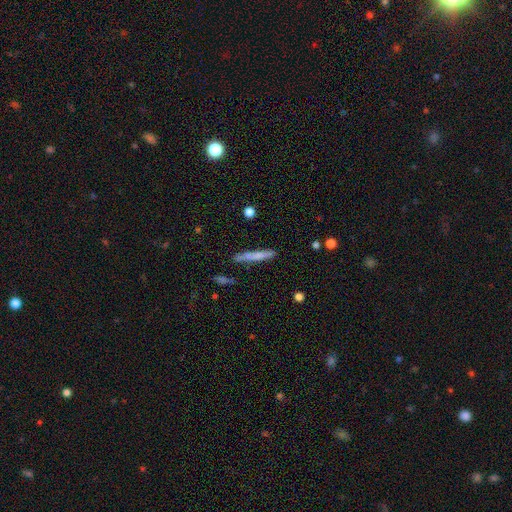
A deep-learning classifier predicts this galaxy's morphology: Smooth or featured: smooth — 67% (featured or disk — 26%)
How rounded: cigar-shaped — 94% (in between — 4%)
Merging: none — 80% (minor disturbance — 14%)